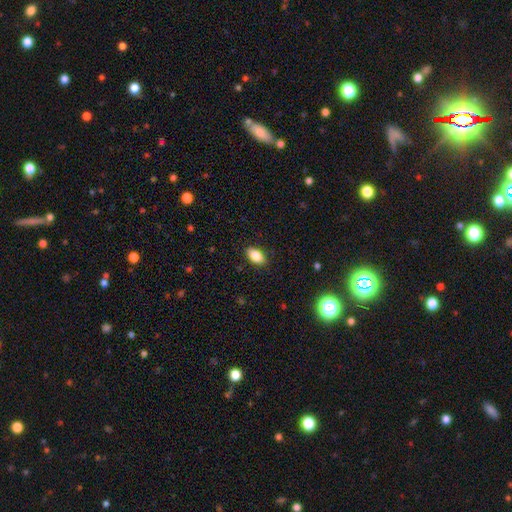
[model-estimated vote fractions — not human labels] Q: Smooth or featured?
A: smooth (86%); runner-up: star or artifact (8%)
Q: How rounded?
A: in between (91%); runner-up: round (6%)
Q: Merging?
A: none (87%); runner-up: minor disturbance (9%)